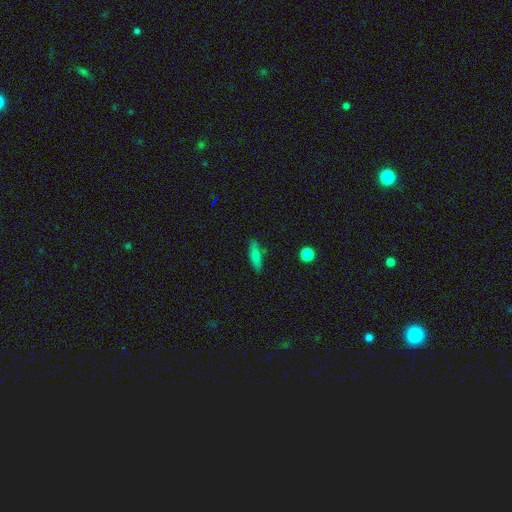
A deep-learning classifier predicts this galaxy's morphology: smooth 76%, featured or disk 15%, star or artifact 9%. Down the decision tree: how rounded — cigar-shaped (67%); merging — none (84%).